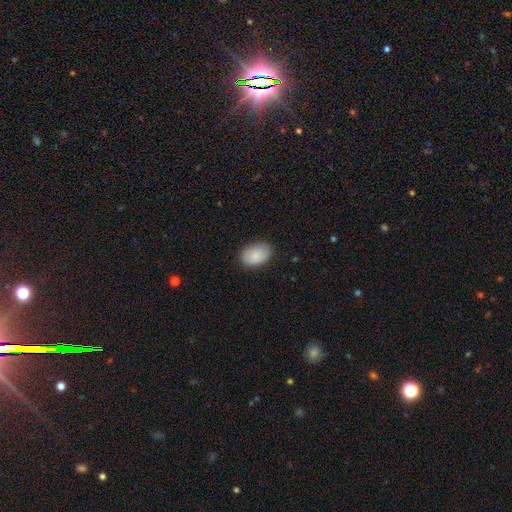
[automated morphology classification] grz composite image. It shows a smooth galaxy with no disk features (86%) that is in between round and cigar-shaped (86%). Merging: none (83%).